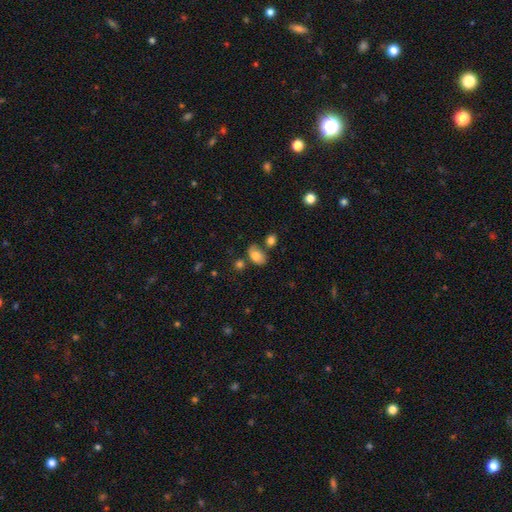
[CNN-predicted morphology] Q: Smooth or featured?
A: smooth (78%); runner-up: featured or disk (13%)
Q: How rounded?
A: in between (86%); runner-up: round (12%)
Q: Merging?
A: none (55%); runner-up: minor disturbance (22%)